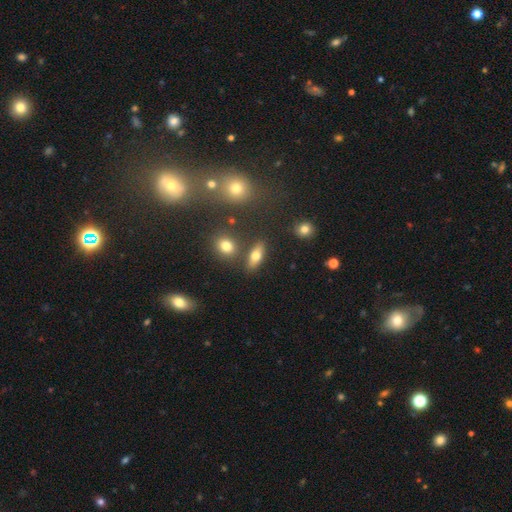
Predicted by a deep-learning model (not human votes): A smooth galaxy with no disk features (66%) that is in between round and cigar-shaped (70%). Merging: none (79%).